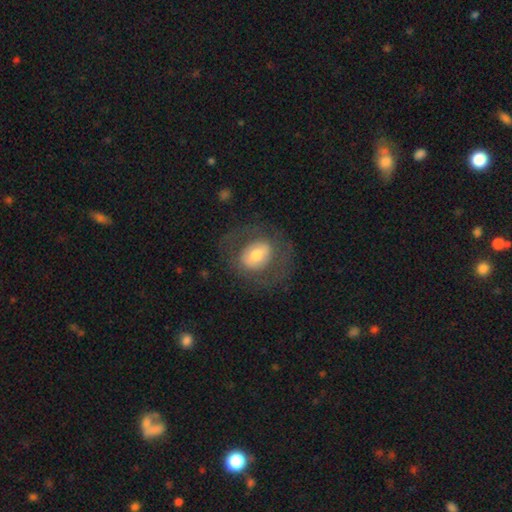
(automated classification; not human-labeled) Q: Smooth or featured?
A: smooth (50%); runner-up: featured or disk (43%)
Q: Merging?
A: none (71%); runner-up: minor disturbance (14%)